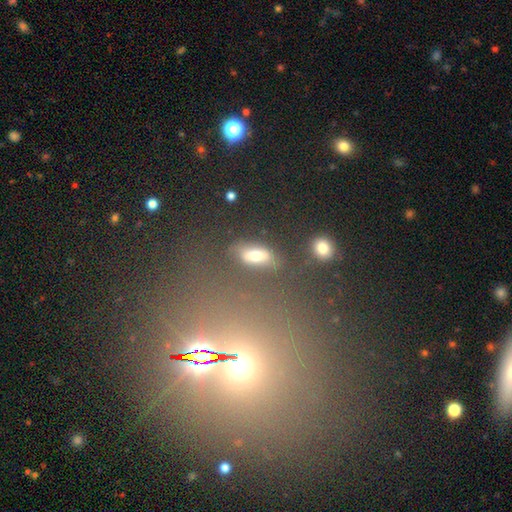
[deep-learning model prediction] Smooth or featured? Predicted: smooth (p=0.66). How rounded? Predicted: in between (p=0.77). Merging? Predicted: none (p=0.72).